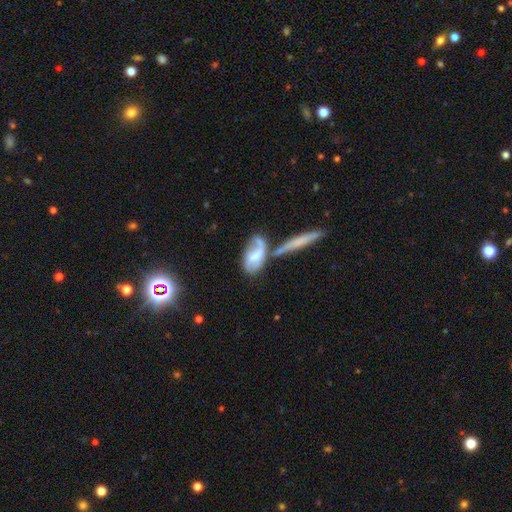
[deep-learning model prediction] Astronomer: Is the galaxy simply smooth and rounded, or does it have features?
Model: featured or disk — 54% (runner-up: smooth, 39%).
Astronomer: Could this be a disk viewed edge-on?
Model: no — 89%.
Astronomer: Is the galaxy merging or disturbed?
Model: merger — 36% (runner-up: none, 33%).